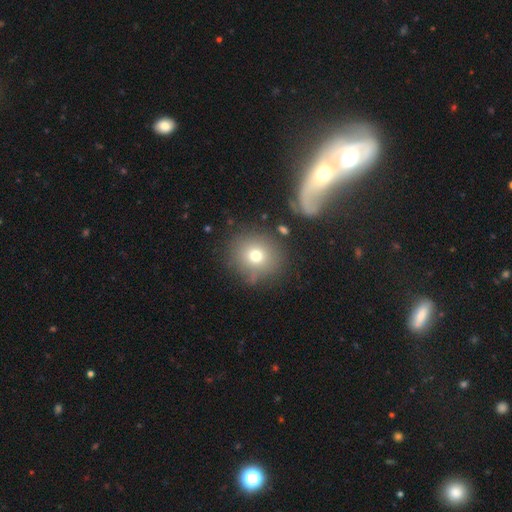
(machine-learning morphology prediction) Smooth or featured: smooth — 70% (featured or disk — 15%)
How rounded: round — 88% (in between — 11%)
Merging: none — 78% (minor disturbance — 12%)